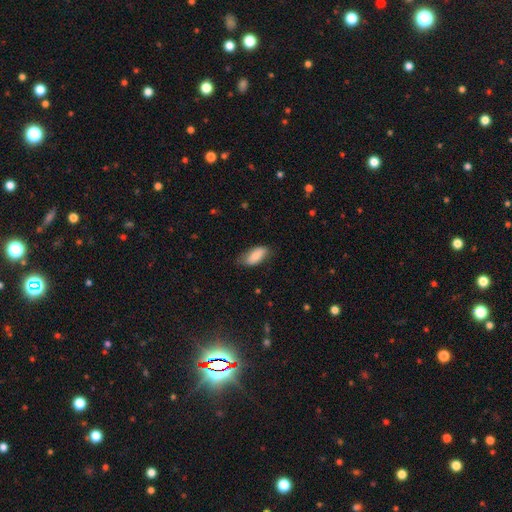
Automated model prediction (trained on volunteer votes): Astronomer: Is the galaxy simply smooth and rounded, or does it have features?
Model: smooth — 80%.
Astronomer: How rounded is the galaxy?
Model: in between — 87%.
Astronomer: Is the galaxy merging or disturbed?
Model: none — 69%.